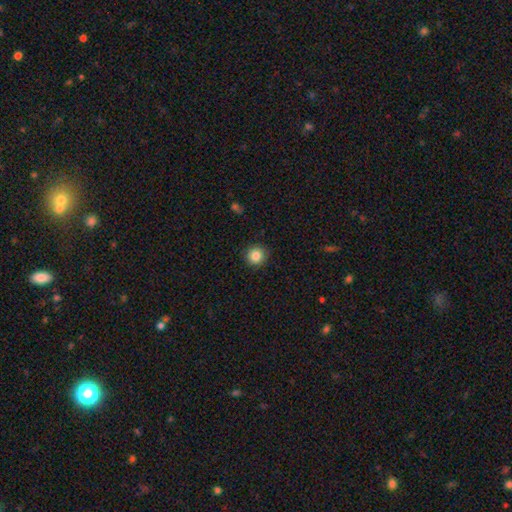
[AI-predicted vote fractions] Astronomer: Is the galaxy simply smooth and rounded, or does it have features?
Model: smooth — 85%.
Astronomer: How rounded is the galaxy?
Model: round — 93%.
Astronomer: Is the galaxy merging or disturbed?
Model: none — 91%.